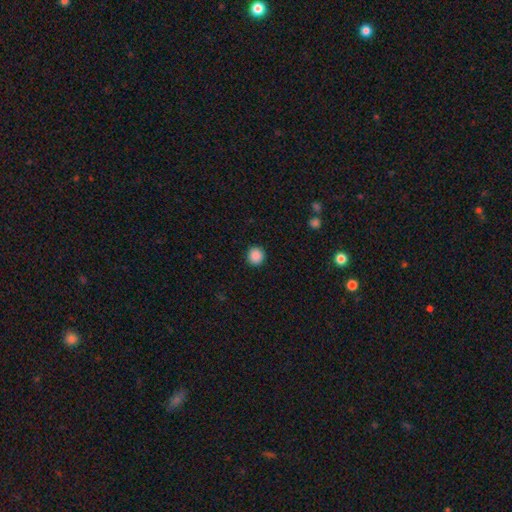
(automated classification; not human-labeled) This is clearly a smooth galaxy (89%). How rounded: clearly round (94%). Merging: clearly none (92%).